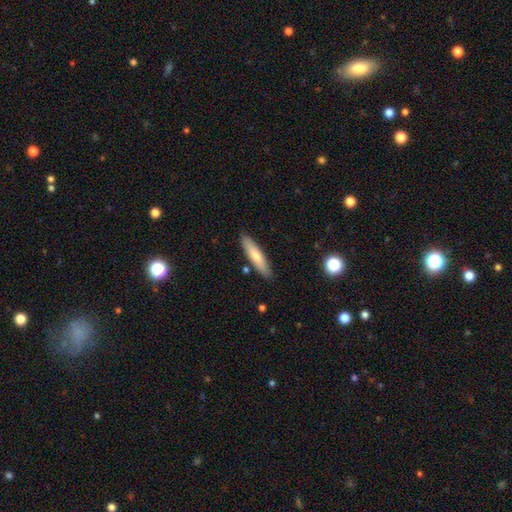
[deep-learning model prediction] Smooth or featured?
  - smooth: 72% *
  - featured or disk: 22%
  - star or artifact: 6%
How rounded?
  - cigar-shaped: 76% *
  - in between: 23%
  - round: 1%
Merging?
  - none: 86% *
  - minor disturbance: 10%
  - merger: 3%
  - major disturbance: 2%